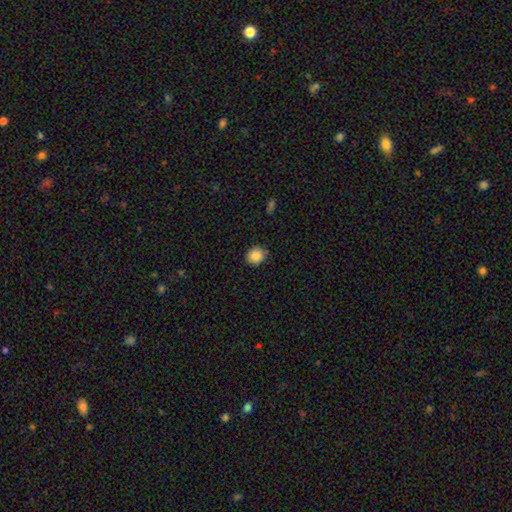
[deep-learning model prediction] Smooth or featured?
  - smooth: 86% *
  - star or artifact: 10%
  - featured or disk: 5%
How rounded?
  - round: 82% *
  - in between: 17%
  - cigar-shaped: 1%
Merging?
  - none: 85% *
  - minor disturbance: 11%
  - major disturbance: 2%
  - merger: 1%